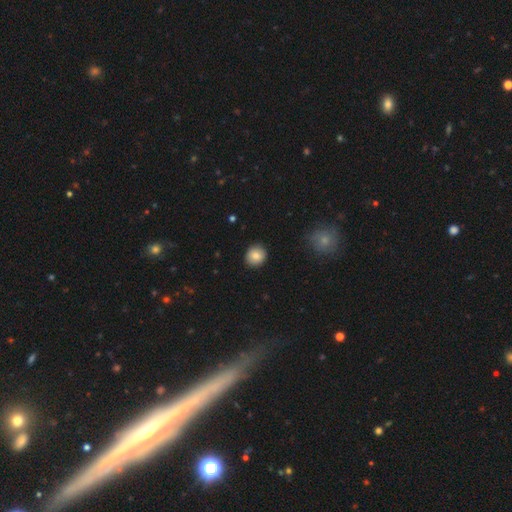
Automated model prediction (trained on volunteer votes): Overall: smooth (83%). How rounded: round (86%). Merging: none (90%).